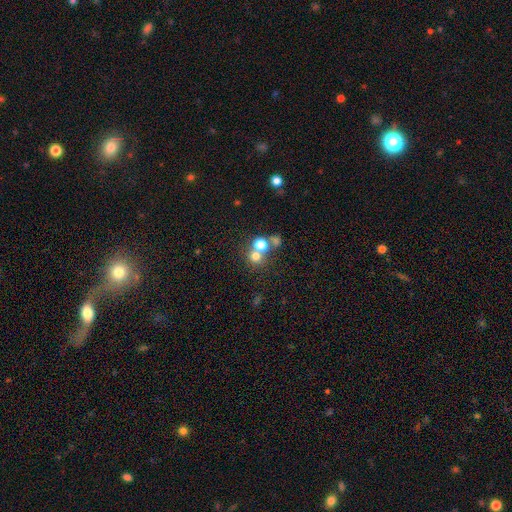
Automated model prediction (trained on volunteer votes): This appears to be a smooth galaxy with no disk features (69%) that is round (87%). Merging: none (50%).